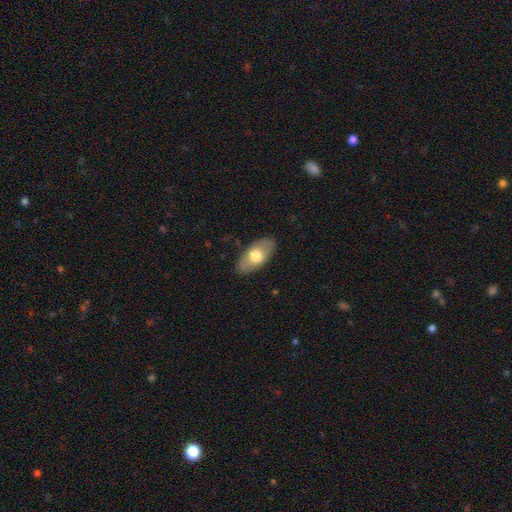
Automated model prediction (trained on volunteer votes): Q: Smooth or featured?
A: smooth (63%); runner-up: featured or disk (32%)
Q: How rounded?
A: in between (91%); runner-up: cigar-shaped (5%)
Q: Merging?
A: none (85%); runner-up: minor disturbance (11%)